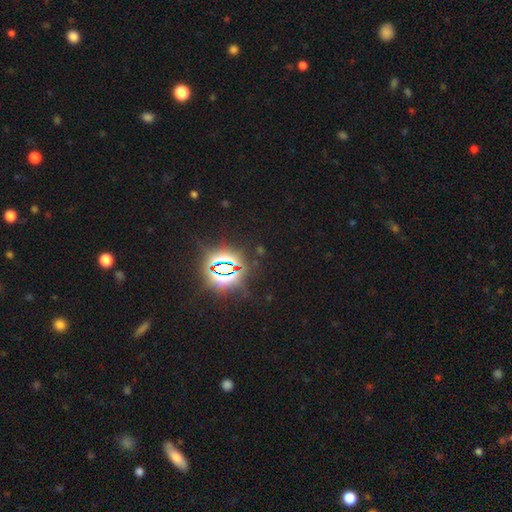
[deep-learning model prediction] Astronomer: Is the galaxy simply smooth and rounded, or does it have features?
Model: star or artifact — 83%.